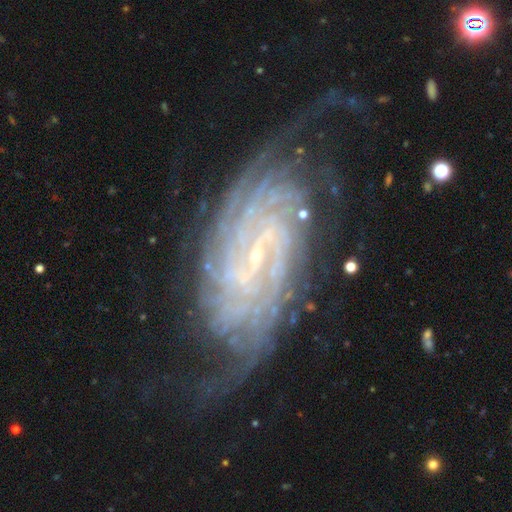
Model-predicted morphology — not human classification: Smooth or featured? Predicted: featured or disk (p=0.90). Edge-on disk? Predicted: no (p=0.96). Bar? Predicted: weak (p=0.44). Spiral arms? Predicted: yes (p=0.98). Spiral winding? Predicted: tight (p=0.69). Spiral arm count? Predicted: can't tell (p=0.25). Bulge size? Predicted: small (p=0.84). Merging? Predicted: none (p=0.64).